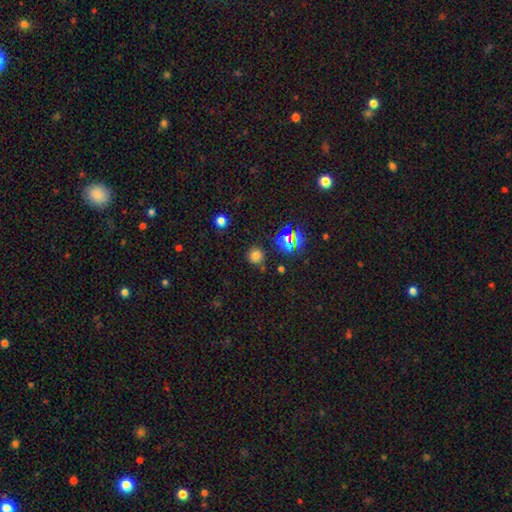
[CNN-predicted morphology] This is likely a smooth galaxy (69%). How rounded: clearly round (91%). Merging: clearly none (81%).